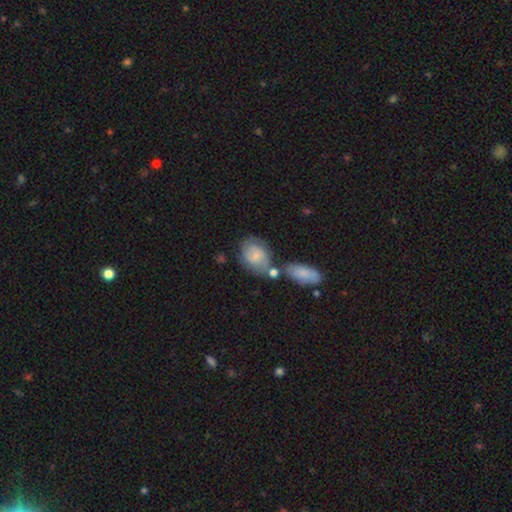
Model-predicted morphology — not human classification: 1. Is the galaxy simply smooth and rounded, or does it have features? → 49% smooth, 44% featured or disk, 7% star or artifact.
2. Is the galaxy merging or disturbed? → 49% none, 23% merger, 19% minor disturbance, 9% major disturbance.